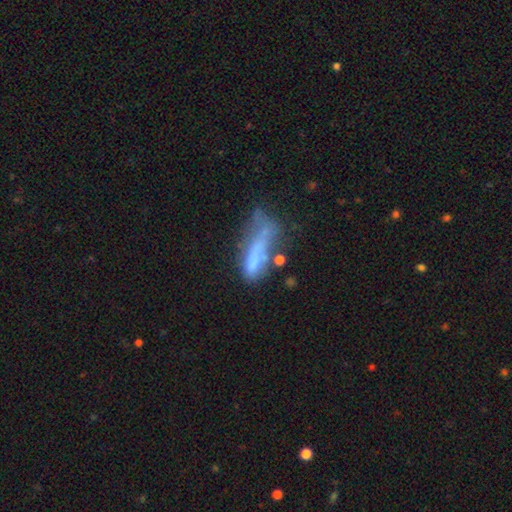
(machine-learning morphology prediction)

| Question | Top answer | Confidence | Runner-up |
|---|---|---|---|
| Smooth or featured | smooth | 51% | featured or disk (35%) |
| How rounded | in between | 49% | cigar-shaped (48%) |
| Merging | major disturbance | 34% | minor disturbance (23%) |